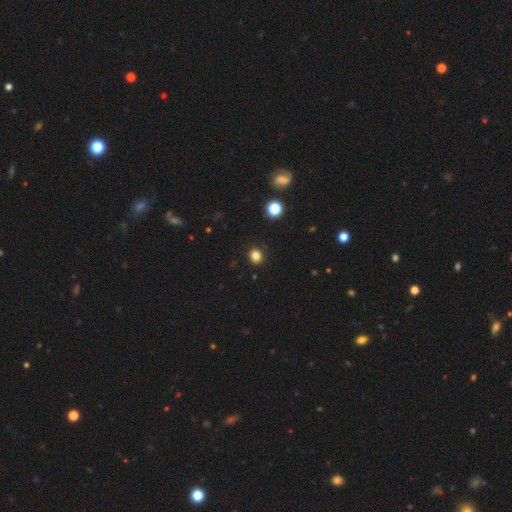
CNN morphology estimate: Overall: smooth (83%). How rounded: round (86%). Merging: none (91%).